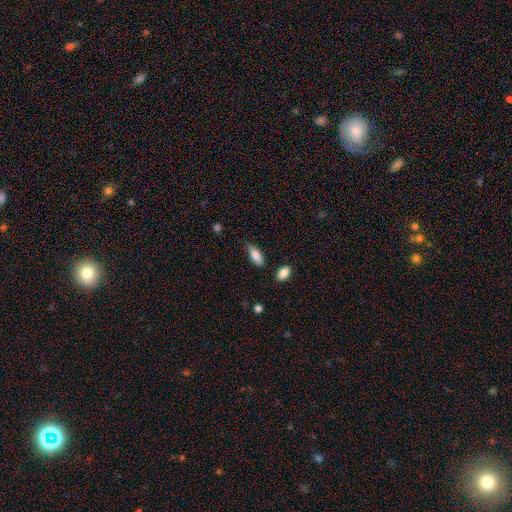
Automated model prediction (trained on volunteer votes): This is clearly a smooth galaxy (86%). How rounded: likely in between (79%). Merging: likely none (73%).